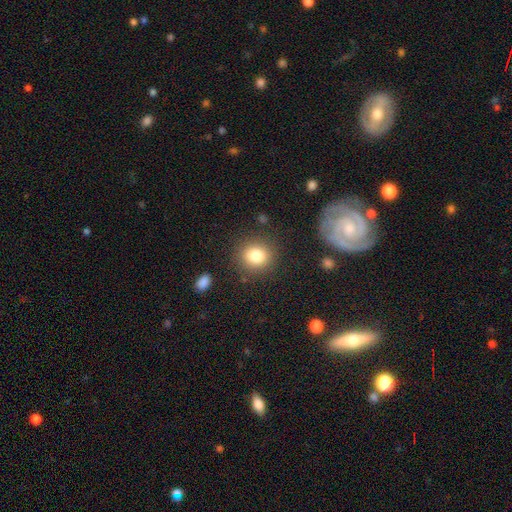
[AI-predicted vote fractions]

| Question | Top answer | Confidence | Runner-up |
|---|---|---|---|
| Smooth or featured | smooth | 81% | star or artifact (11%) |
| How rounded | round | 81% | in between (18%) |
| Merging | none | 86% | minor disturbance (9%) |